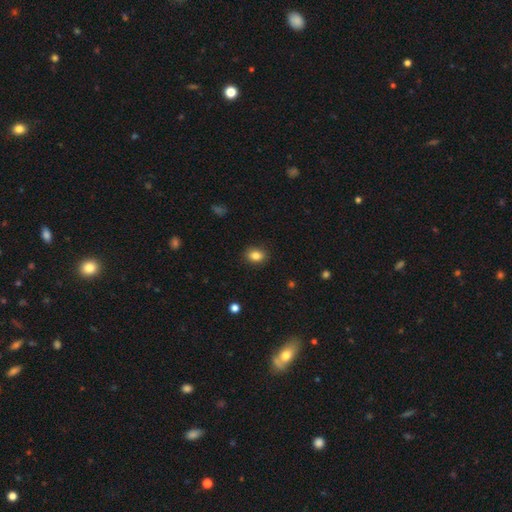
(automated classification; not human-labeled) A smooth galaxy with no disk features (85%) that is in between round and cigar-shaped (58%).

Vote fractions:
- Smooth or featured? smooth: 85% / star or artifact: 10% / featured or disk: 5%
- How rounded? in between: 58% / round: 41% / cigar-shaped: 1%
- Merging? none: 89% / minor disturbance: 8% / major disturbance: 2% / merger: 1%